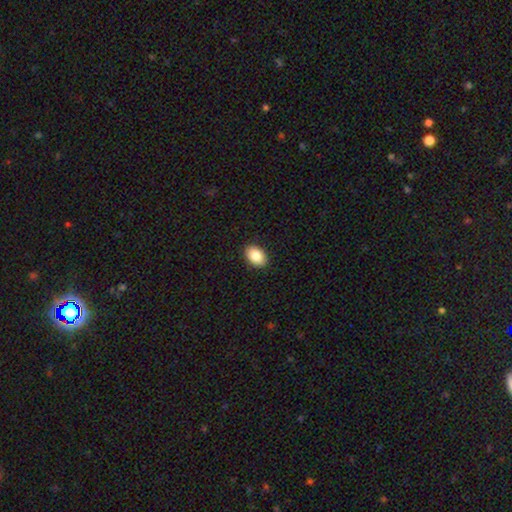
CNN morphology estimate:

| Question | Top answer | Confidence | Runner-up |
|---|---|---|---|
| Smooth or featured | smooth | 87% | star or artifact (7%) |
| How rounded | in between | 84% | round (15%) |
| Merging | none | 90% | minor disturbance (7%) |